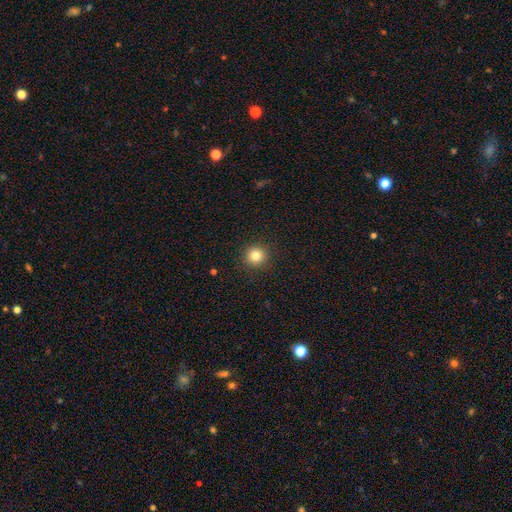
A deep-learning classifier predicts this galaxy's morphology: Smooth or featured?
  - smooth: 82% *
  - star or artifact: 12%
  - featured or disk: 6%
How rounded?
  - round: 95% *
  - in between: 4%
  - cigar-shaped: 1%
Merging?
  - none: 92% *
  - minor disturbance: 5%
  - major disturbance: 2%
  - merger: 1%